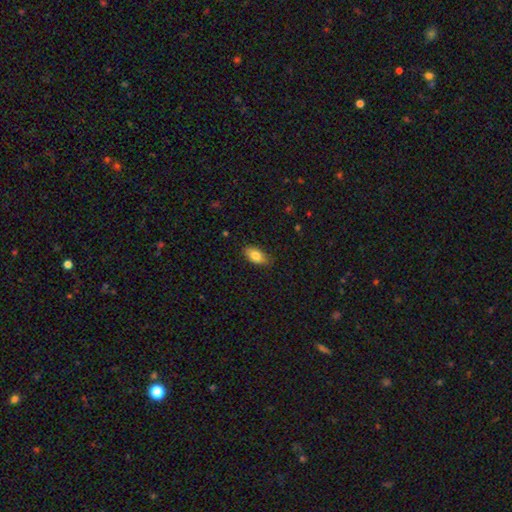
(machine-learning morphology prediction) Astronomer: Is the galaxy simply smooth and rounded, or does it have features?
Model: smooth — 83%.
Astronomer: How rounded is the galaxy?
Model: in between — 91%.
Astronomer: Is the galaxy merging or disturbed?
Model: none — 83%.